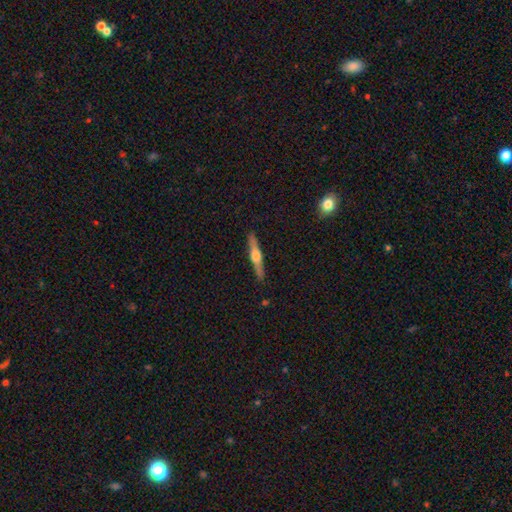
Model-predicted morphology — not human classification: type=featured or disk (66%); edge-on=yes (97%); edge-on bulge=rounded (92%); merging=none (90%).